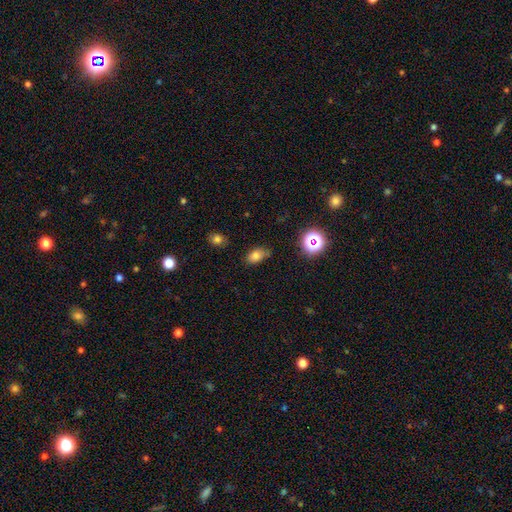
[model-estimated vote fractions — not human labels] smooth-or-featured: smooth: 75% | star or artifact: 15% | featured or disk: 9%
  how-rounded: in between: 85% | round: 13% | cigar-shaped: 2%
  merging: none: 72% | minor disturbance: 21% | major disturbance: 4% | merger: 3%